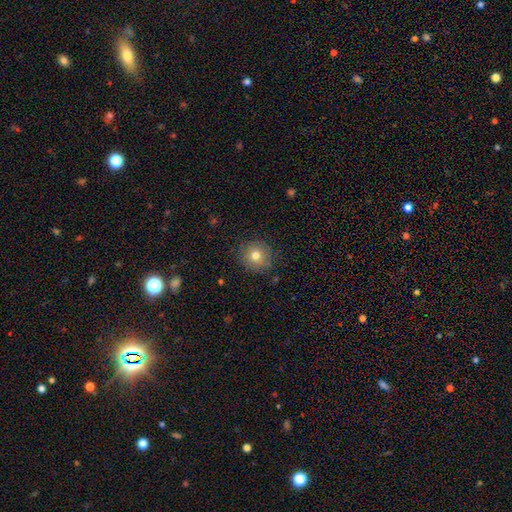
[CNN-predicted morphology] Smooth or featured: smooth — 77% (star or artifact — 12%)
How rounded: round — 93% (in between — 6%)
Merging: none — 87% (minor disturbance — 9%)